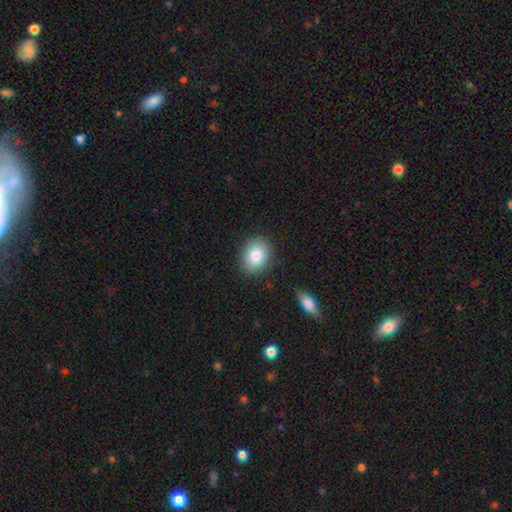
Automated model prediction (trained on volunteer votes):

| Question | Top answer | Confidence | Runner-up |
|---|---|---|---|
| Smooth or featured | smooth | 84% | featured or disk (9%) |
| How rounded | in between | 58% | round (41%) |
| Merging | none | 86% | minor disturbance (10%) |